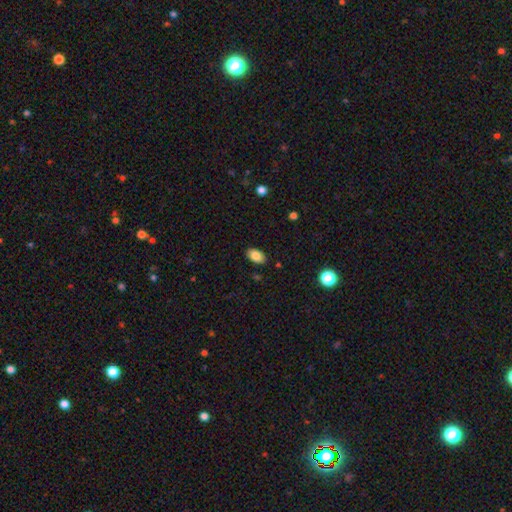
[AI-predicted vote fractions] Smooth or featured? smooth (84%)
How rounded? in between (92%)
Merging? none (87%)